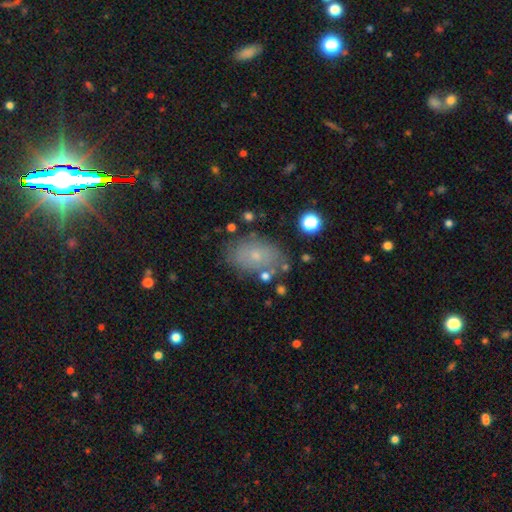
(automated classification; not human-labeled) Smooth or featured?
  - smooth: 62% *
  - featured or disk: 25%
  - star or artifact: 13%
How rounded?
  - in between: 84% *
  - round: 15%
  - cigar-shaped: 2%
Merging?
  - none: 76% *
  - minor disturbance: 15%
  - major disturbance: 5%
  - merger: 4%